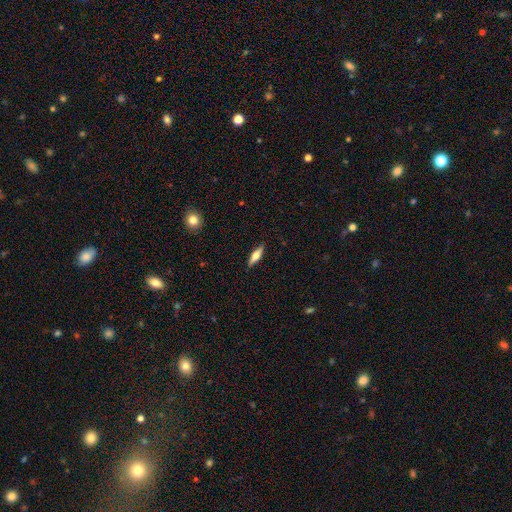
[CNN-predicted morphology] smooth-or-featured: smooth: 50% | featured or disk: 44% | star or artifact: 6%
  how-rounded: cigar-shaped: 62% | in between: 36% | round: 3%
  merging: none: 89% | minor disturbance: 8% | major disturbance: 2% | merger: 1%